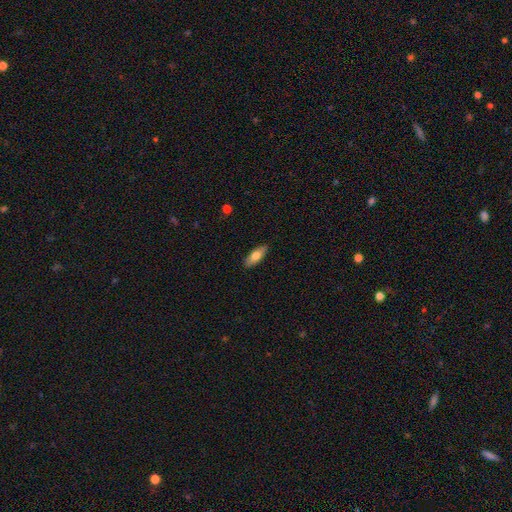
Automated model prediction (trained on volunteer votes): Smooth or featured? smooth (71%)
How rounded? in between (68%)
Merging? none (88%)